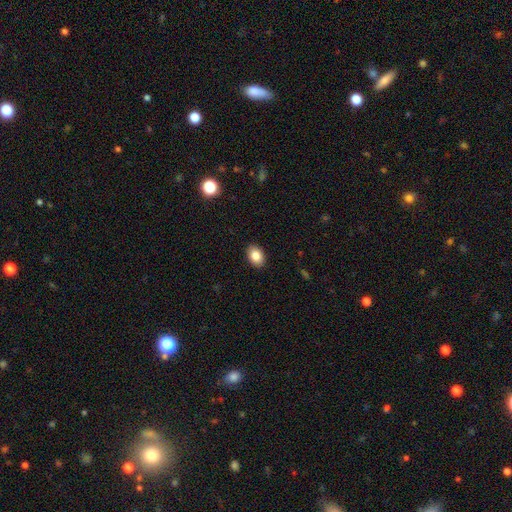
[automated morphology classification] smooth_or_featured: smooth (p=0.85) [alt: star or artifact p=0.08]
how_rounded: in between (p=0.79) [alt: round p=0.20]
merging: none (p=0.90) [alt: minor disturbance p=0.07]